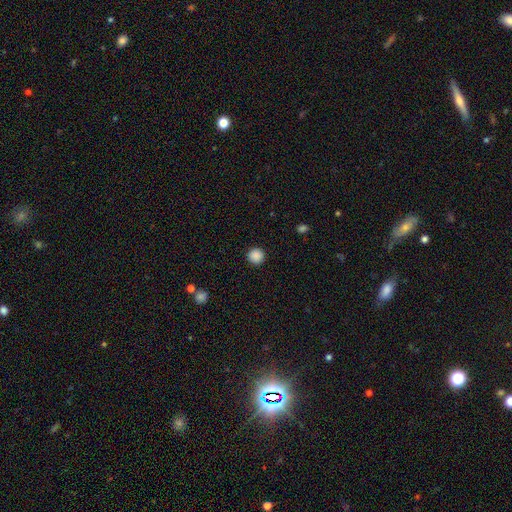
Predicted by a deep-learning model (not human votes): smooth_or_featured: smooth (p=0.88) [alt: star or artifact p=0.10]
how_rounded: round (p=0.95) [alt: in between p=0.04]
merging: none (p=0.93) [alt: minor disturbance p=0.05]